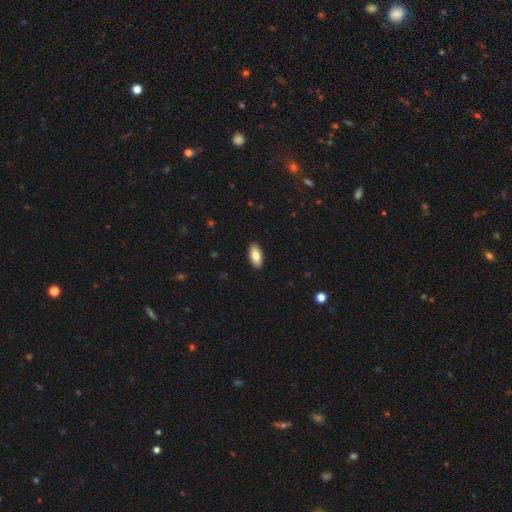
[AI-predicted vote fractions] Smooth or featured? Predicted: smooth (p=0.85). How rounded? Predicted: in between (p=0.91). Merging? Predicted: none (p=0.90).